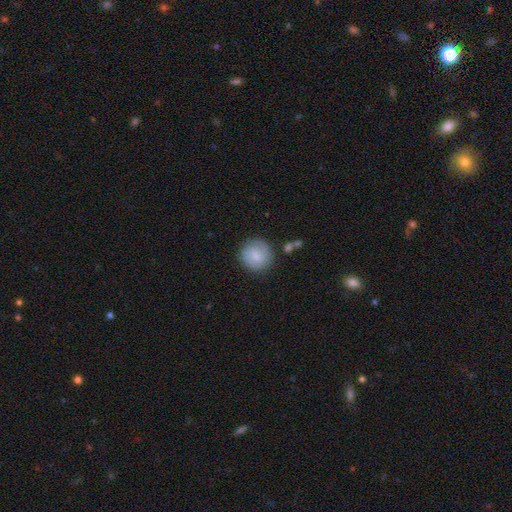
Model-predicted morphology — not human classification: smooth 72%, featured or disk 21%, star or artifact 7%. Down the decision tree: how rounded — round (91%); merging — none (81%).